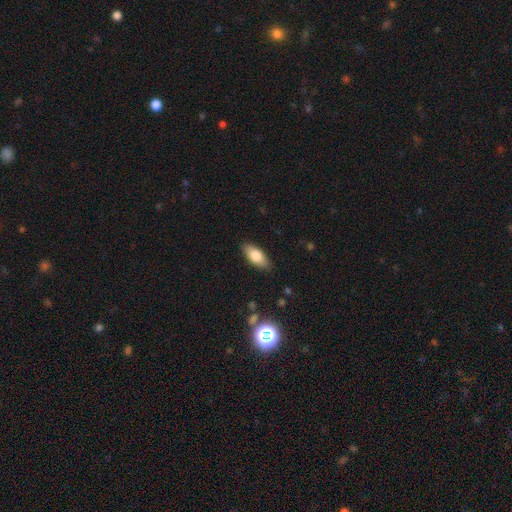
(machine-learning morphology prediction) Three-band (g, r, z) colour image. It shows a smooth galaxy with no disk features (78%) that is in between round and cigar-shaped (83%). Merging: none (86%).